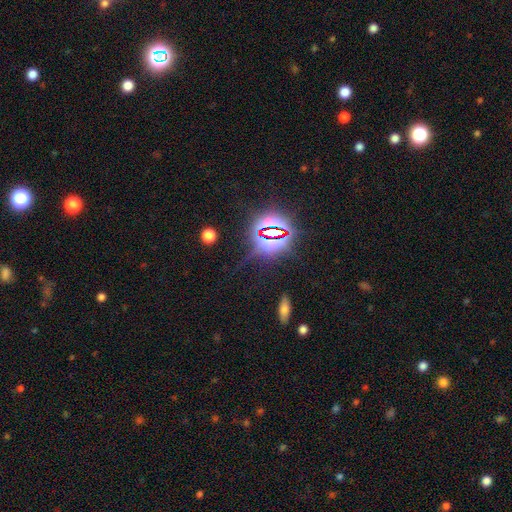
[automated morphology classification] This appears to be a star or artifact, not a galaxy (81%).